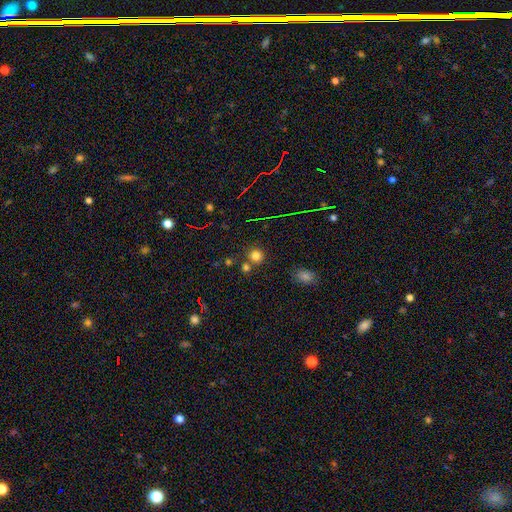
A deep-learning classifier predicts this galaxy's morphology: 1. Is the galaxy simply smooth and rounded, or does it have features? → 77% smooth, 16% star or artifact, 7% featured or disk.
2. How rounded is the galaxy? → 89% round, 10% in between, 1% cigar-shaped.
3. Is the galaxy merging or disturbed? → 73% none, 16% merger, 8% minor disturbance, 3% major disturbance.